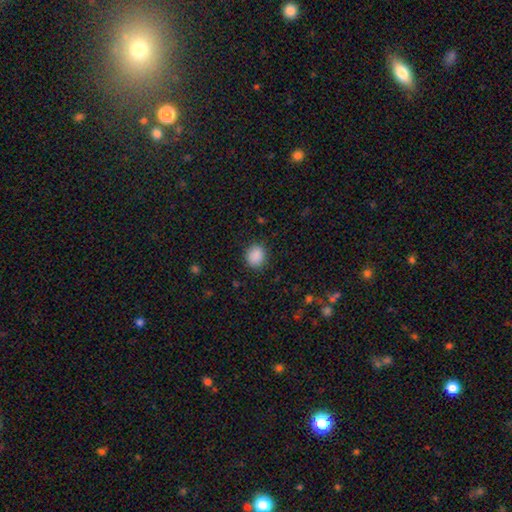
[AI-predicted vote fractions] The model was most divided on "how rounded": round: 67%, in between: 32%, cigar-shaped: 1%. More confident: smooth or featured — smooth (89%); merging — none (87%).